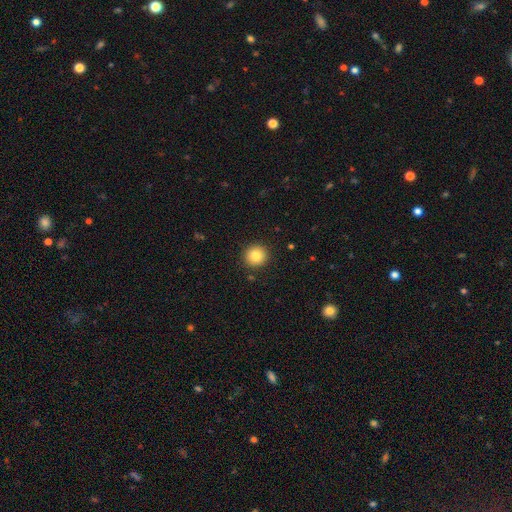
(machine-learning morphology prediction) smooth_or_featured: smooth (p=0.84) [alt: star or artifact p=0.10]
how_rounded: round (p=0.93) [alt: in between p=0.06]
merging: none (p=0.91) [alt: minor disturbance p=0.06]